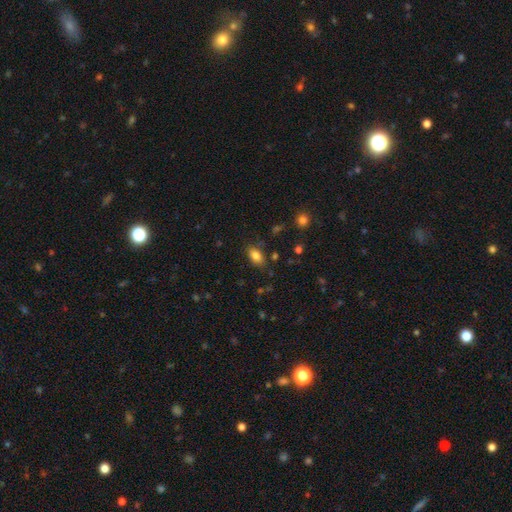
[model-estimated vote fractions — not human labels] Smooth or featured? Predicted: smooth (p=0.83). How rounded? Predicted: in between (p=0.89). Merging? Predicted: none (p=0.80).